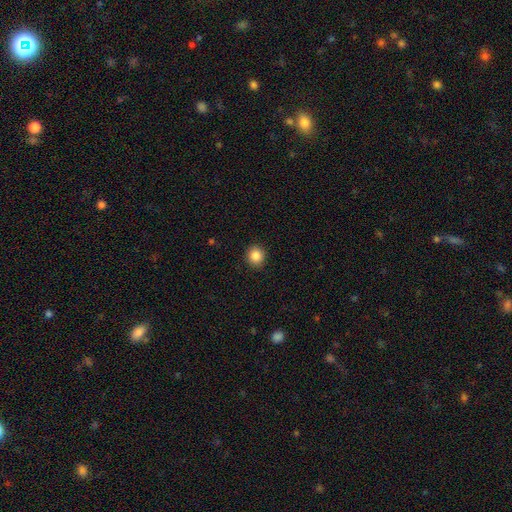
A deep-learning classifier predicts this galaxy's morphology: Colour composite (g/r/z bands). It shows a smooth galaxy with no disk features (87%) that is round (88%). Merging: none (91%).